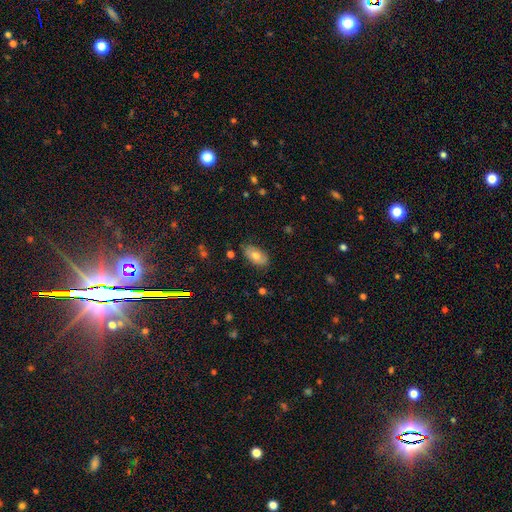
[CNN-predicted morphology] This is likely a smooth galaxy (75%). How rounded: clearly in between (92%). Merging: clearly none (80%).